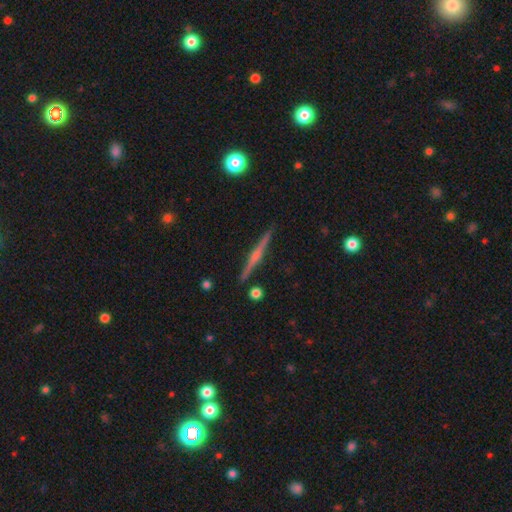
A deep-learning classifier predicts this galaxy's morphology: This is likely a featured or disk galaxy (76%). It is clearly viewed edge-on (98%). Edge-on bulge: likely rounded (71%). Merging: clearly none (92%).